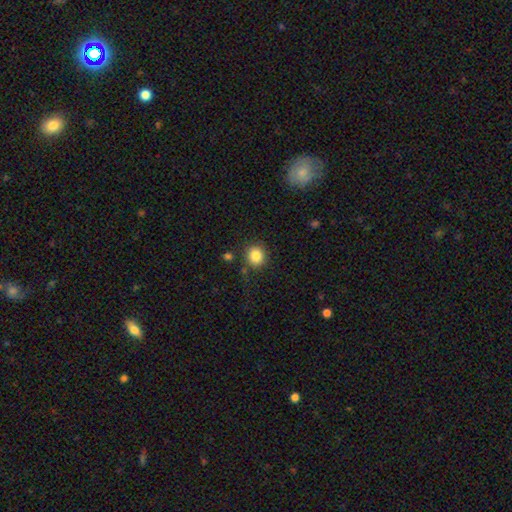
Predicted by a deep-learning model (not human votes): Smooth or featured: smooth — 85% (star or artifact — 10%)
How rounded: round — 84% (in between — 15%)
Merging: none — 83% (minor disturbance — 10%)